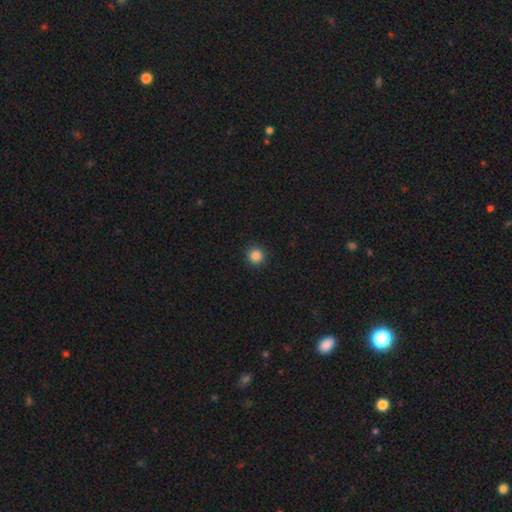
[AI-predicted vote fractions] Morphology: type=smooth (86%); roundness=round (95%); merging=none (92%).